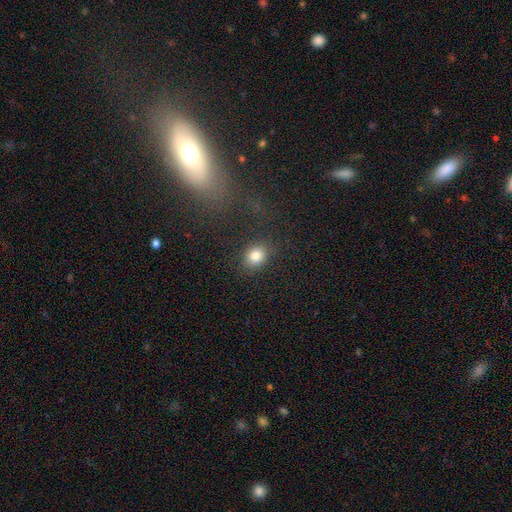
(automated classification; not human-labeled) Morphology: type=smooth (83%); roundness=round (54%); merging=none (83%).